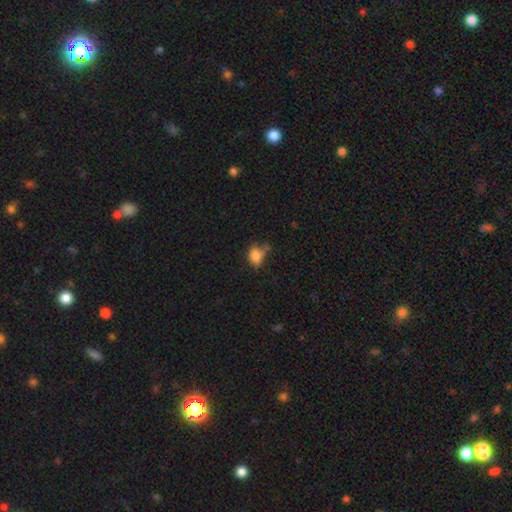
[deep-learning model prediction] Overall: smooth (80%). How rounded: in between (70%). Merging: none (43%; minor disturbance 31%).